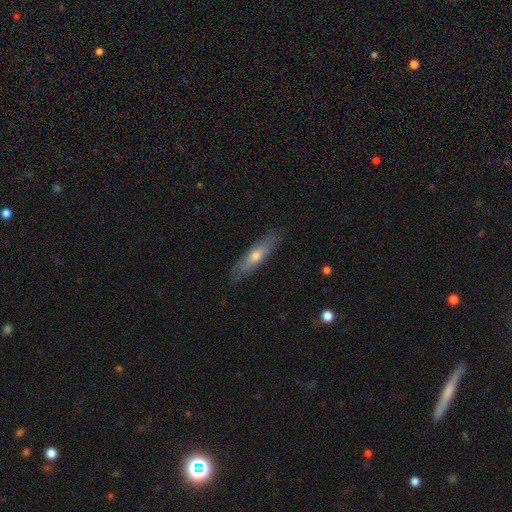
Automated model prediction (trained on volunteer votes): A smooth galaxy with no disk features (52%) that is cigar-shaped (71%).

Vote fractions:
- Smooth or featured? smooth: 52% / featured or disk: 42% / star or artifact: 6%
- How rounded? cigar-shaped: 71% / in between: 27% / round: 2%
- Merging? none: 81% / minor disturbance: 15% / major disturbance: 3% / merger: 1%